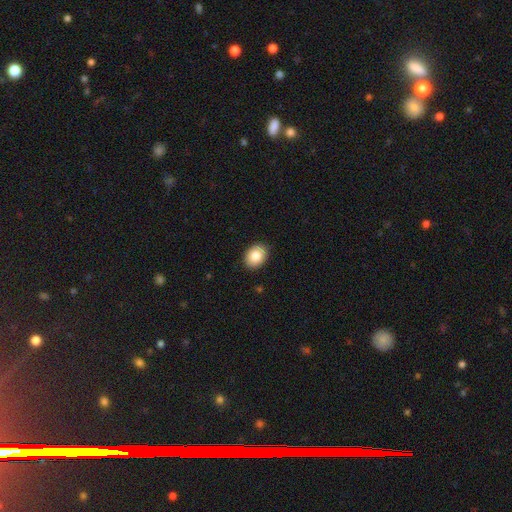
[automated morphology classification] Q: Smooth or featured?
A: smooth (84%); runner-up: featured or disk (9%)
Q: How rounded?
A: in between (69%); runner-up: round (30%)
Q: Merging?
A: none (89%); runner-up: minor disturbance (8%)